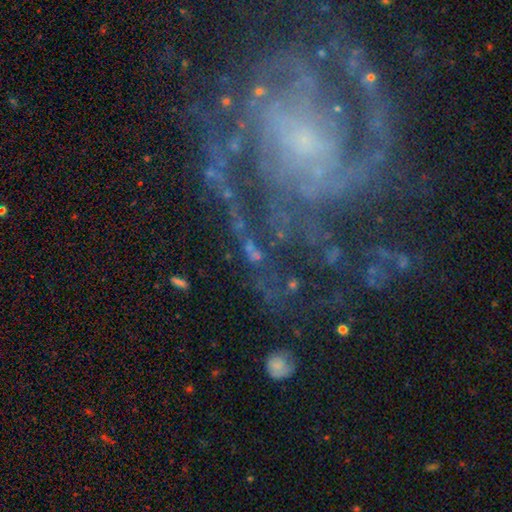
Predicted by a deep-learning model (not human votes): Smooth or featured: star or artifact — 42% (featured or disk — 40%)